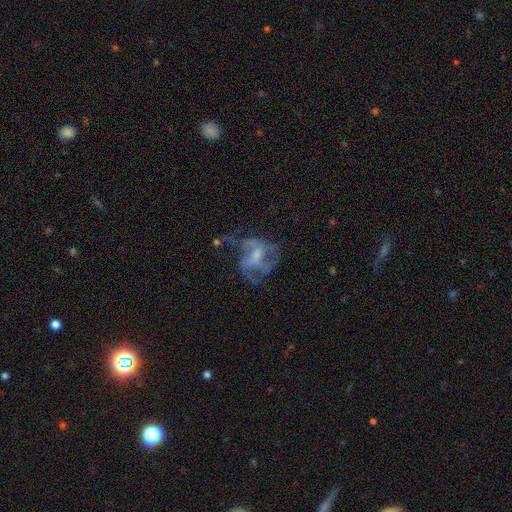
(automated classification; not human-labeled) This is likely a featured or disk galaxy (69%). It is clearly not viewed edge-on (97%). Bar: possibly no (54%). Spiral arm pattern: likely yes (62%). Central bulge: marginally small (39%). Merging: marginally major disturbance (45%).